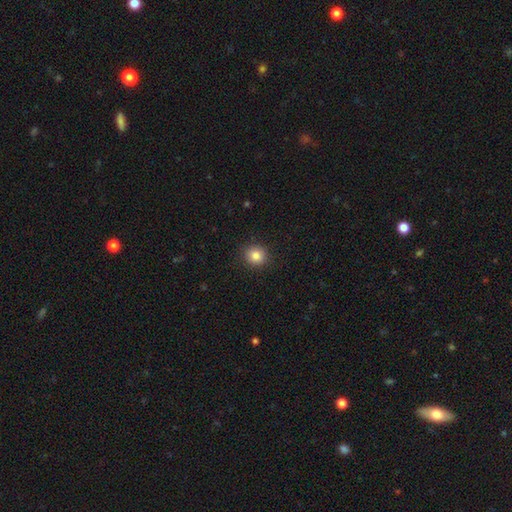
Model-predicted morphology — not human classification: Smooth or featured? Predicted: smooth (p=0.84). How rounded? Predicted: round (p=0.87). Merging? Predicted: none (p=0.91).